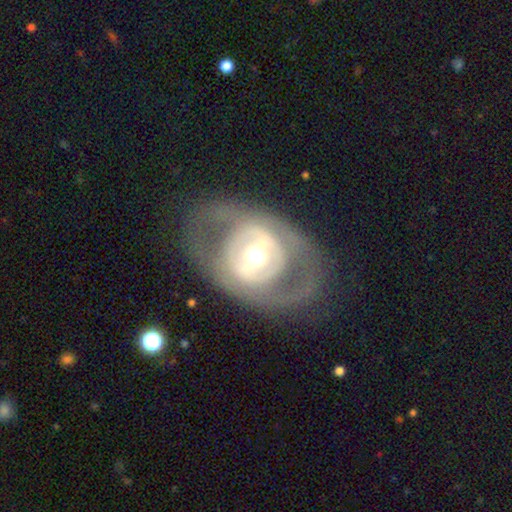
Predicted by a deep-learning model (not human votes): smooth-or-featured: featured or disk: 72% | smooth: 23% | star or artifact: 6%
  disk-edge-on: no: 93% | yes: 7%
    bar: no: 48% | weak: 27% | strong: 25%
    has-spiral-arms: no: 72% | yes: 28%
    bulge-size: moderate: 67% | small: 16% | large: 14% | dominant: 2% | none: 1%
  merging: none: 71% | major disturbance: 14% | minor disturbance: 14% | merger: 2%